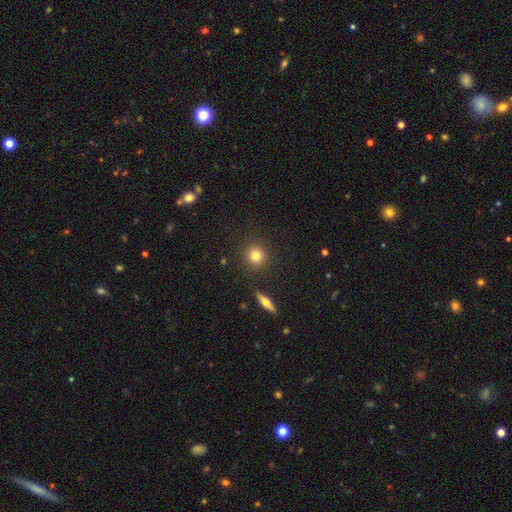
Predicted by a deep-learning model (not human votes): A smooth galaxy with no disk features (81%) that is round (91%).

Vote fractions:
- Smooth or featured? smooth: 81% / star or artifact: 11% / featured or disk: 9%
- How rounded? round: 91% / in between: 8% / cigar-shaped: 2%
- Merging? none: 90% / minor disturbance: 6% / merger: 2% / major disturbance: 2%